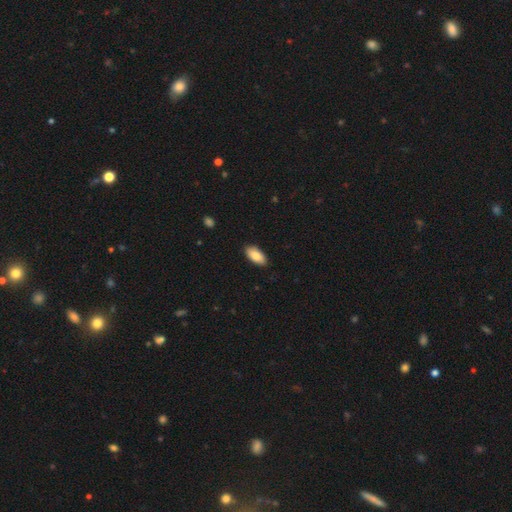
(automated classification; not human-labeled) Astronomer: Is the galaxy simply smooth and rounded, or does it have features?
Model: smooth — 84%.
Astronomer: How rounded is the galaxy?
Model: in between — 92%.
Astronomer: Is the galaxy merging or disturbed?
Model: none — 89%.